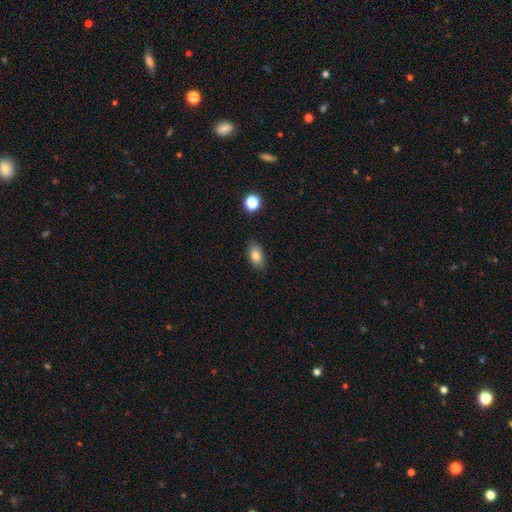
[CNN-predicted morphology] This appears to be a smooth galaxy with no disk features (81%) that is in between round and cigar-shaped (88%). Merging: none (86%).